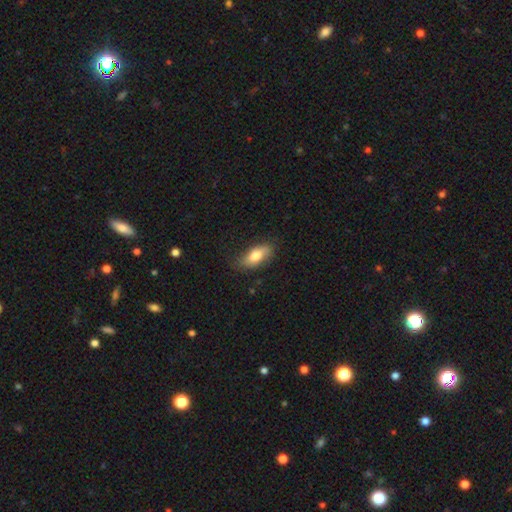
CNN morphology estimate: Q: Smooth or featured?
A: smooth (73%); runner-up: featured or disk (20%)
Q: How rounded?
A: in between (82%); runner-up: cigar-shaped (15%)
Q: Merging?
A: none (76%); runner-up: minor disturbance (19%)